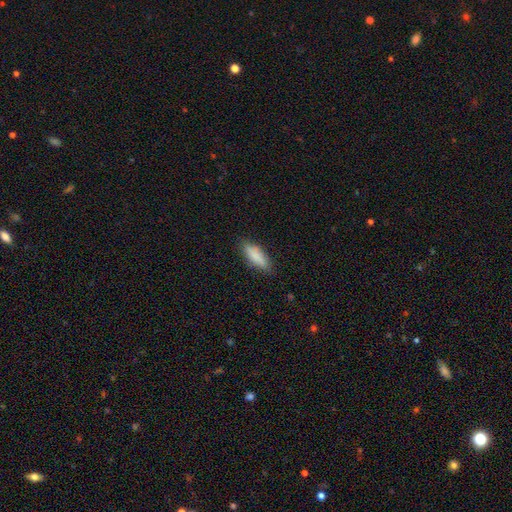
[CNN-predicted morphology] A smooth galaxy with no disk features (84%) that is in between round and cigar-shaped (58%). Merging: none (83%).